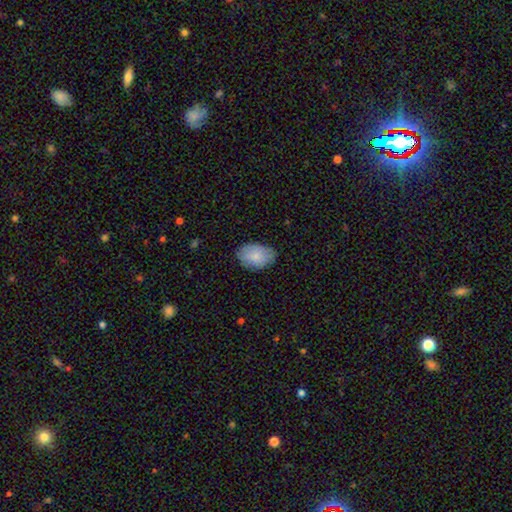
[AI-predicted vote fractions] smooth_or_featured: smooth (p=0.83) [alt: featured or disk p=0.11]
how_rounded: in between (p=0.88) [alt: round p=0.11]
merging: none (p=0.77) [alt: minor disturbance p=0.18]